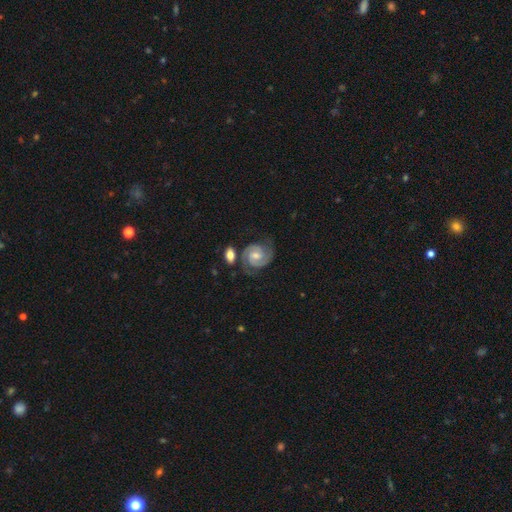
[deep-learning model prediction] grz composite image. It shows a featured or disk galaxy (87%) with no bar (50%), 2 (89%) tight (60%) spiral arms (98%) and a moderate central bulge (54%). Merging: none (73%).